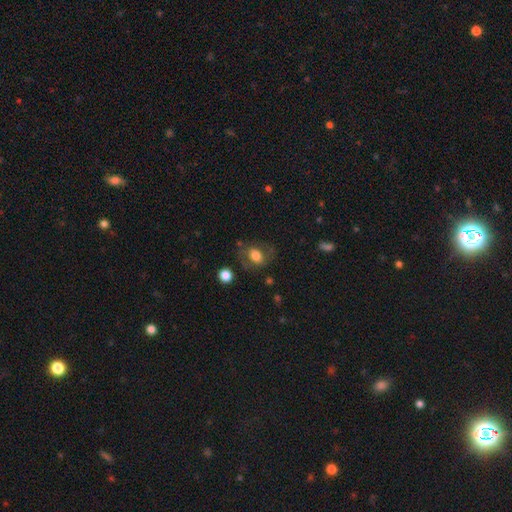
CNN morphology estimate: Smooth or featured?
  - smooth: 65% *
  - featured or disk: 27%
  - star or artifact: 9%
How rounded?
  - in between: 64% *
  - round: 34%
  - cigar-shaped: 1%
Merging?
  - none: 64% *
  - minor disturbance: 20%
  - major disturbance: 13%
  - merger: 3%